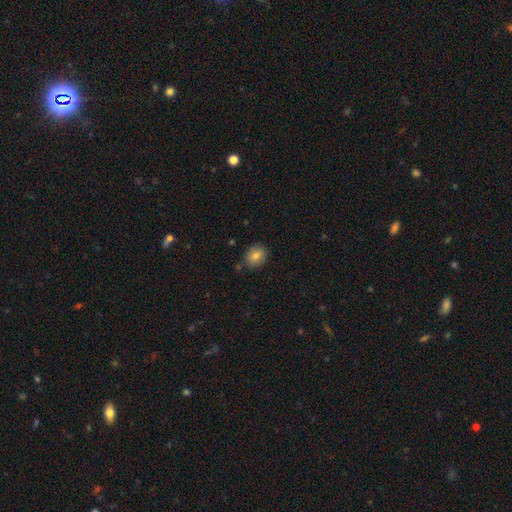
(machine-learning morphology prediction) Smooth or featured? Predicted: smooth (p=0.82). How rounded? Predicted: round (p=0.54). Merging? Predicted: none (p=0.82).